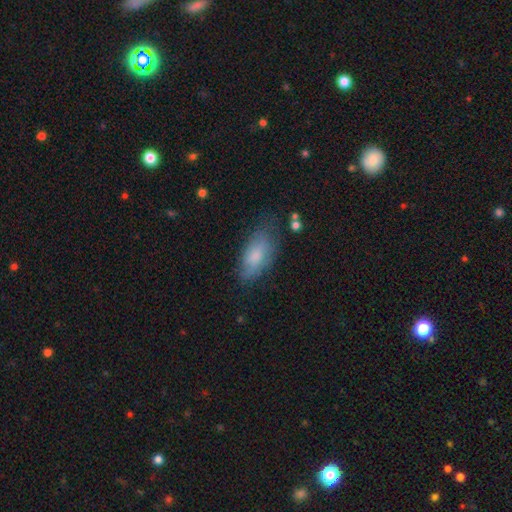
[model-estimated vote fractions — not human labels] A smooth galaxy with no disk features (74%) that is in between round and cigar-shaped (86%). Merging: none (62%).